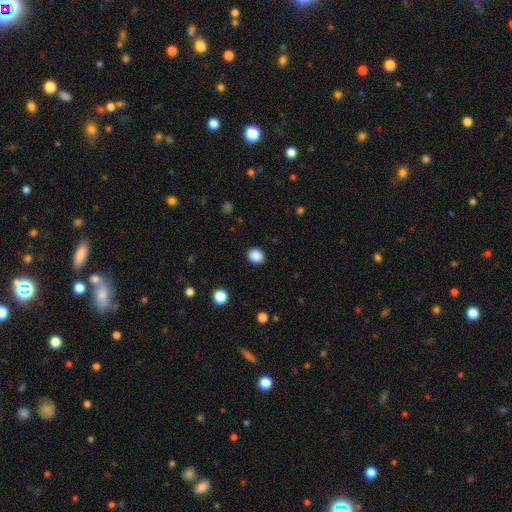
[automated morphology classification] Smooth or featured?
  - smooth: 88% *
  - star or artifact: 10%
  - featured or disk: 2%
How rounded?
  - round: 70% *
  - in between: 30%
  - cigar-shaped: 1%
Merging?
  - none: 90% *
  - minor disturbance: 6%
  - major disturbance: 2%
  - merger: 1%